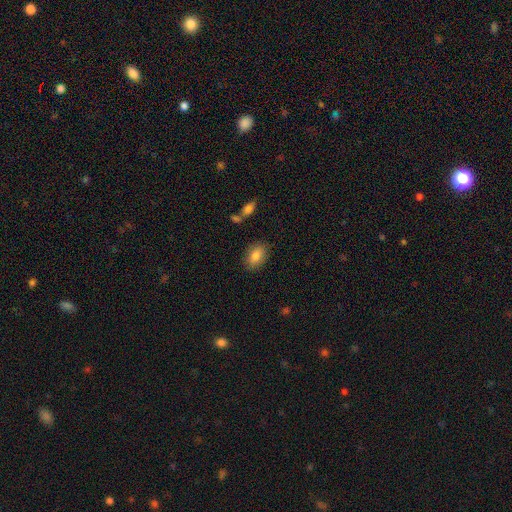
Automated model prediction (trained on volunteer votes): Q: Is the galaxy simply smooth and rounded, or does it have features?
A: smooth — 84%.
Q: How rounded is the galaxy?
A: in between — 87%.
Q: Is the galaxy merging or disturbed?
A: none — 84%.